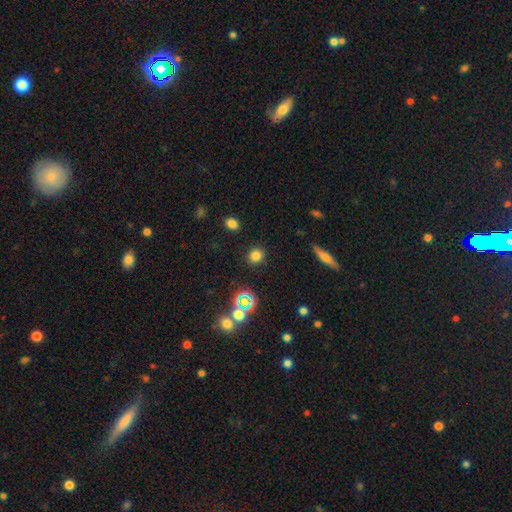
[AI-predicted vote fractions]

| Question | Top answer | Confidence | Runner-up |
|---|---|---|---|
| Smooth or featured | smooth | 77% | star or artifact (17%) |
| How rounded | round | 83% | in between (15%) |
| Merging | none | 89% | minor disturbance (6%) |